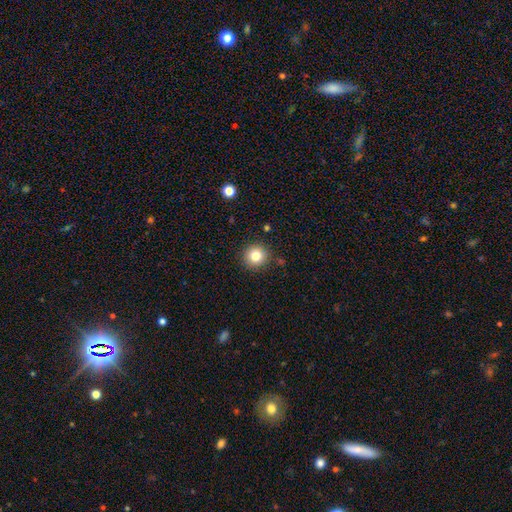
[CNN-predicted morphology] This is clearly a smooth galaxy (82%). How rounded: clearly round (93%). Merging: clearly none (89%).